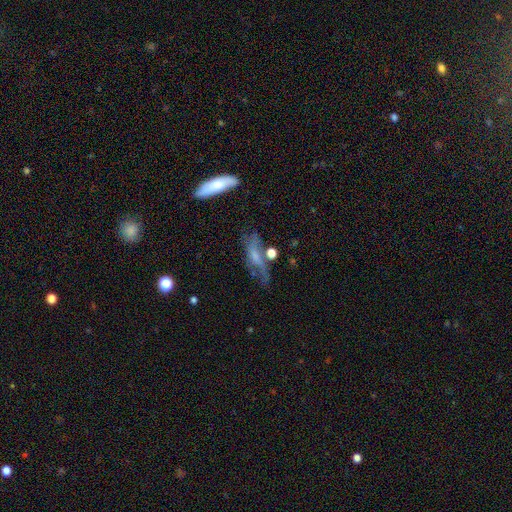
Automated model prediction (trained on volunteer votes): Q: Smooth or featured?
A: featured or disk (52%); runner-up: smooth (37%)
Q: Edge-on disk?
A: no (69%); runner-up: yes (31%)
Q: Merging?
A: none (42%); runner-up: minor disturbance (25%)